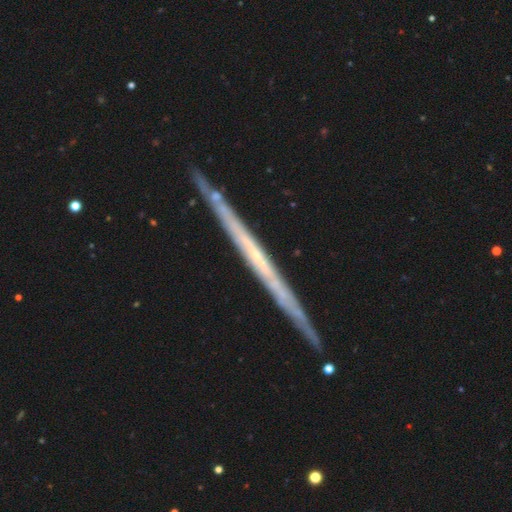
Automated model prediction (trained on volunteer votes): Overall: featured or disk (77%). Edge-on disk: yes (96%). Edge-on bulge: none (84%). Merging: none (88%).